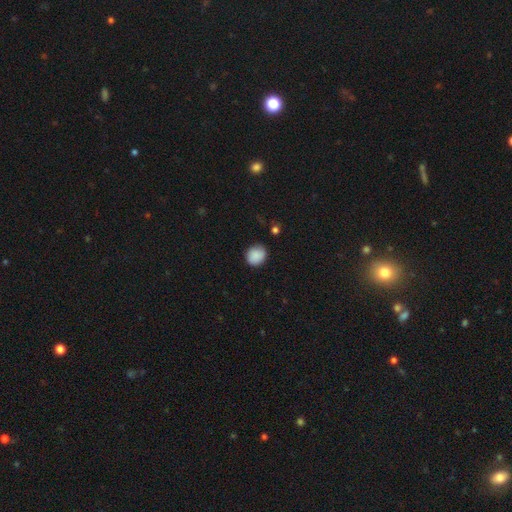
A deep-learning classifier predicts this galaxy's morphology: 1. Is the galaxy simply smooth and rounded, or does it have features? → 88% smooth, 8% star or artifact, 4% featured or disk.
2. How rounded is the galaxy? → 77% round, 22% in between, 1% cigar-shaped.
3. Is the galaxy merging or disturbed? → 84% none, 12% minor disturbance, 3% major disturbance, 1% merger.